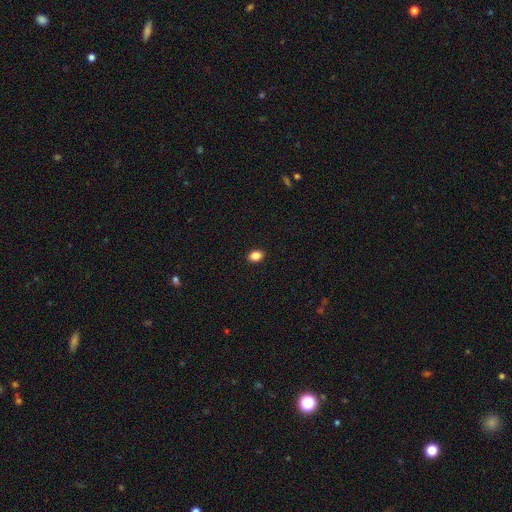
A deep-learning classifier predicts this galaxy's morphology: type=smooth (87%); roundness=in between (73%); merging=none (91%).